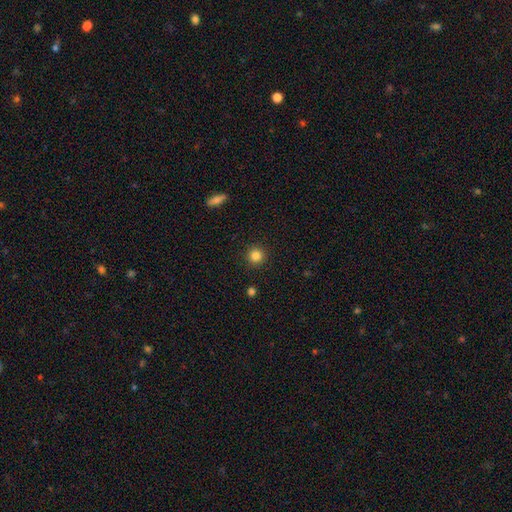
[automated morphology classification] Smooth or featured? smooth (84%)
How rounded? round (95%)
Merging? none (92%)